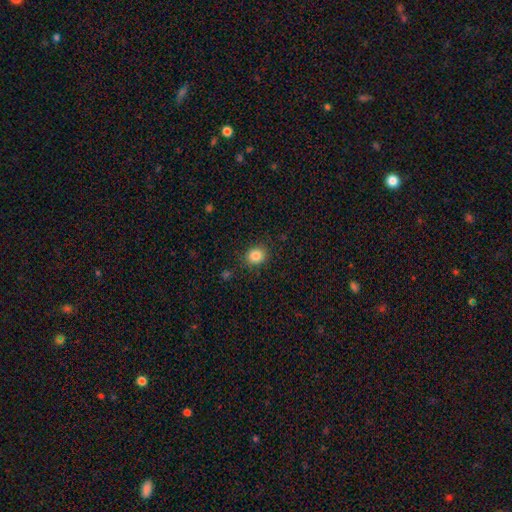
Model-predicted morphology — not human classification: Smooth or featured: smooth — 84% (star or artifact — 10%)
How rounded: round — 70% (in between — 29%)
Merging: none — 87% (minor disturbance — 9%)